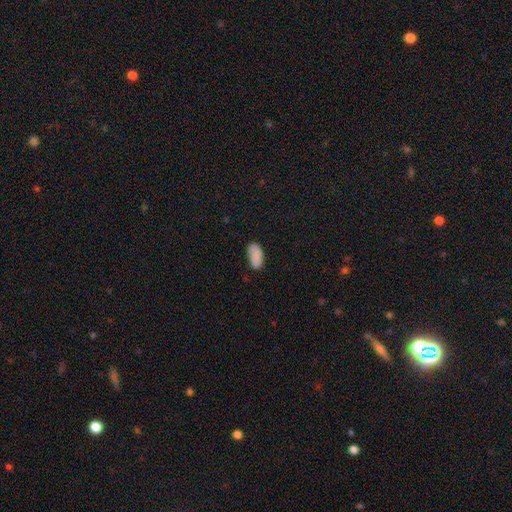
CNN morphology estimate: Smooth or featured? smooth (86%)
How rounded? in between (92%)
Merging? none (73%)